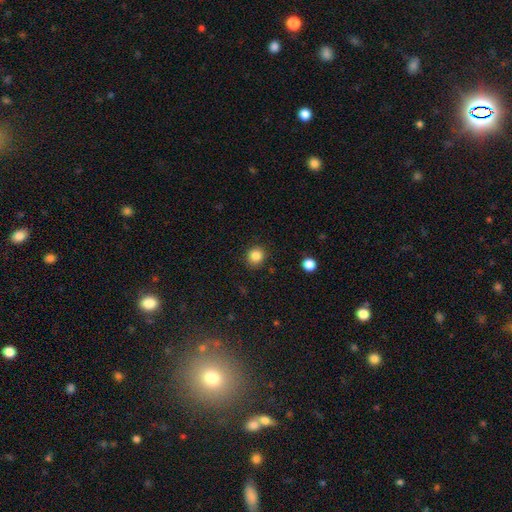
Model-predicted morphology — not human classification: A smooth galaxy with no disk features (85%) that is round (88%). Merging: none (89%).